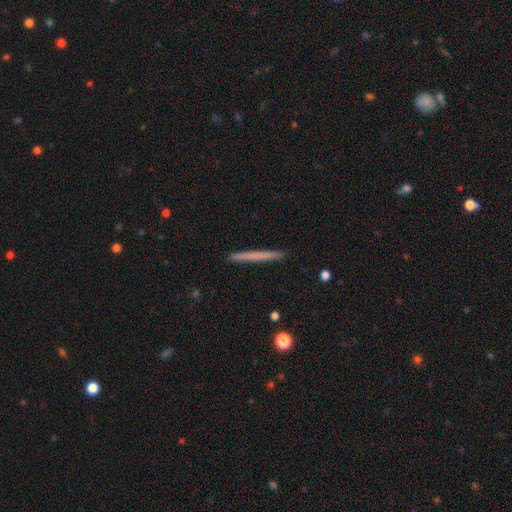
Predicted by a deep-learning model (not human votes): This appears to be a smooth galaxy with no disk features (60%) that is cigar-shaped (97%). Merging: none (93%).